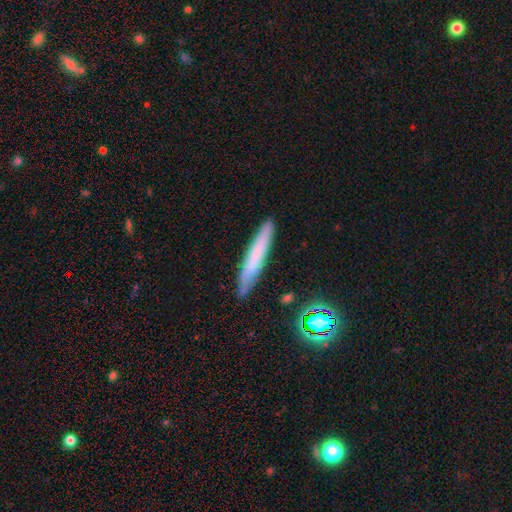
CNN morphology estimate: smooth_or_featured: smooth (p=0.63) [alt: featured or disk p=0.28]
how_rounded: cigar-shaped (p=0.94) [alt: in between p=0.05]
merging: none (p=0.85) [alt: minor disturbance p=0.12]